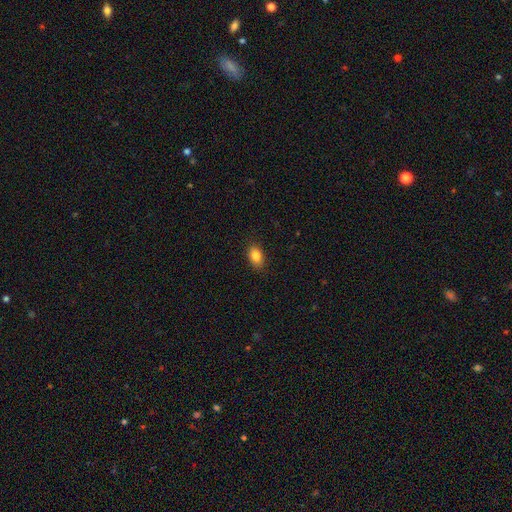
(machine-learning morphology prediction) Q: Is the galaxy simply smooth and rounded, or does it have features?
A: smooth — 85%.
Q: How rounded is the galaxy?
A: in between — 86%.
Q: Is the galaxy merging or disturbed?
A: none — 87%.